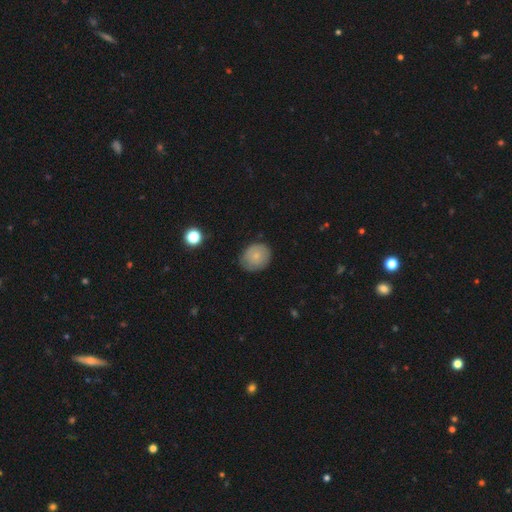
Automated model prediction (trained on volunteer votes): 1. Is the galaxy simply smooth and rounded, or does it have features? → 74% smooth, 18% featured or disk, 8% star or artifact.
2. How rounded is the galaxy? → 65% round, 34% in between, 1% cigar-shaped.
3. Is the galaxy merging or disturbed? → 76% none, 19% minor disturbance, 4% major disturbance, 1% merger.